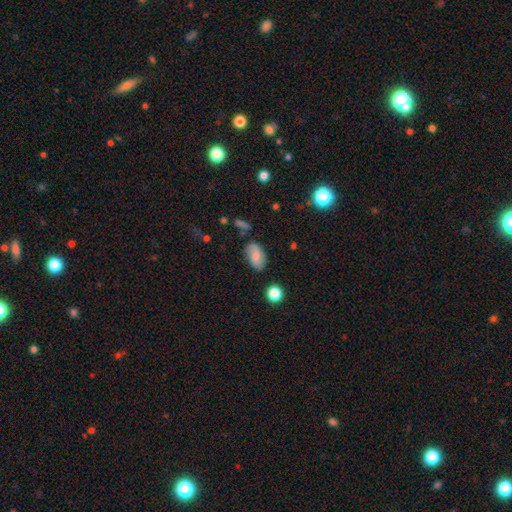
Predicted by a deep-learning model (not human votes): The model was most divided on "smooth or featured": smooth: 71%, featured or disk: 20%, star or artifact: 9%. More confident: how rounded — in between (91%); merging — none (73%).